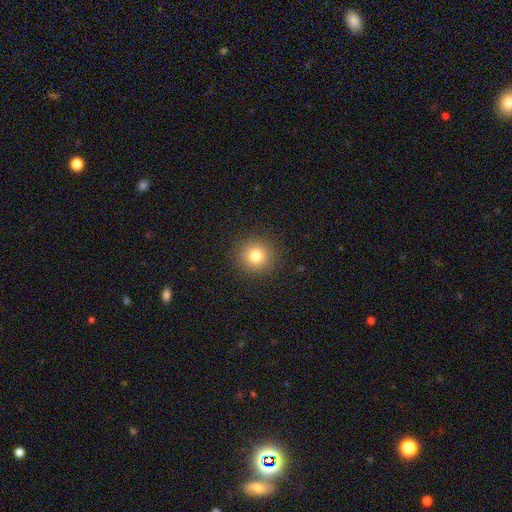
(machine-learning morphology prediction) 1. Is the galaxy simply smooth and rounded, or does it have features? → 79% smooth, 13% star or artifact, 8% featured or disk.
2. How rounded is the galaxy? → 93% round, 6% in between, 1% cigar-shaped.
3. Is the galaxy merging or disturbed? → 91% none, 6% minor disturbance, 2% major disturbance, 1% merger.